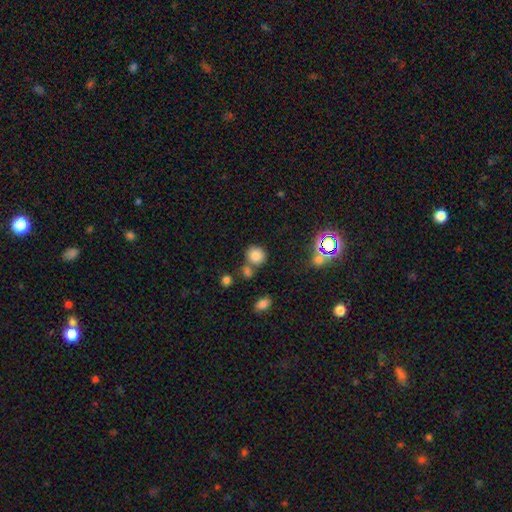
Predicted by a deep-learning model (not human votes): Morphology: type=smooth (79%); roundness=round (82%); merging=none (67%).